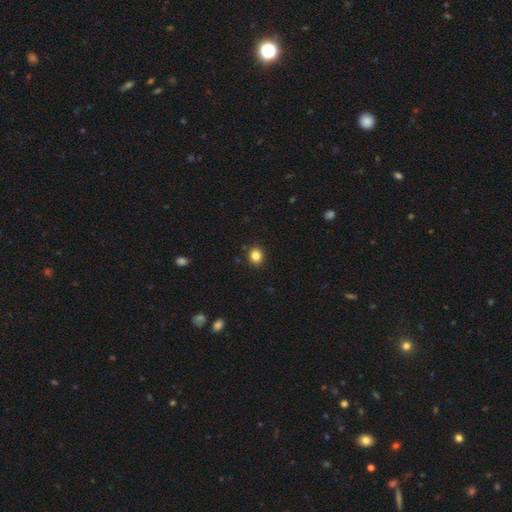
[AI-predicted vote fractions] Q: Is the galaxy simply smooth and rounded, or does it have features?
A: smooth — 84%.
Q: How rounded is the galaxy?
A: round — 79%.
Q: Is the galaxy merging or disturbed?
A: none — 91%.